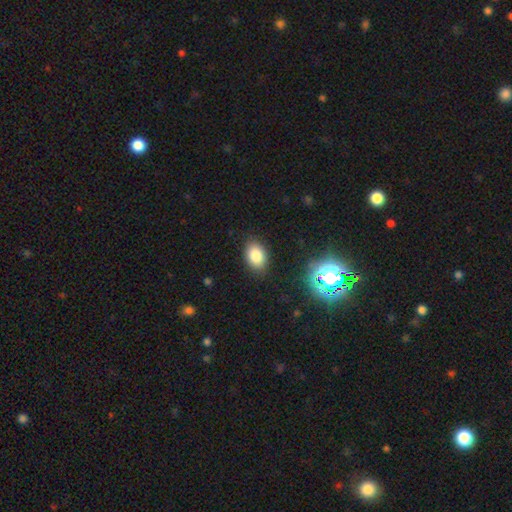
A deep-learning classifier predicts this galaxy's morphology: This is clearly a smooth galaxy (82%). How rounded: clearly in between (81%). Merging: clearly none (87%).